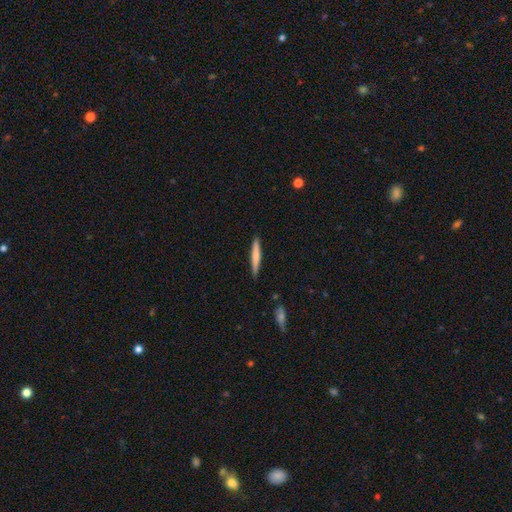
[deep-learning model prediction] Smooth or featured?
  - smooth: 63% *
  - featured or disk: 32%
  - star or artifact: 5%
How rounded?
  - cigar-shaped: 94% *
  - in between: 4%
  - round: 1%
Merging?
  - none: 88% *
  - minor disturbance: 9%
  - major disturbance: 2%
  - merger: 1%